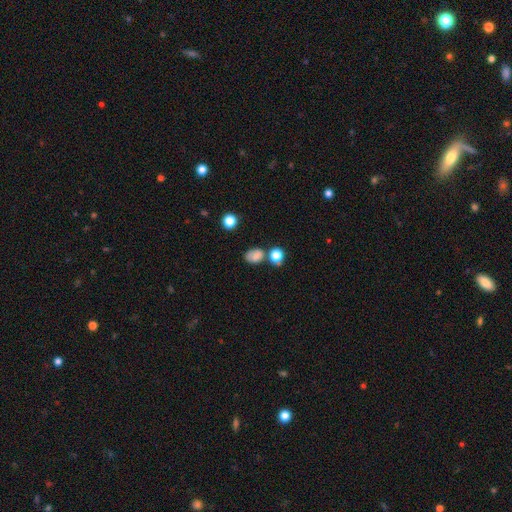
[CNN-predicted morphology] Smooth or featured: smooth — 75% (star or artifact — 15%)
How rounded: in between — 66% (round — 32%)
Merging: none — 55% (minor disturbance — 21%)